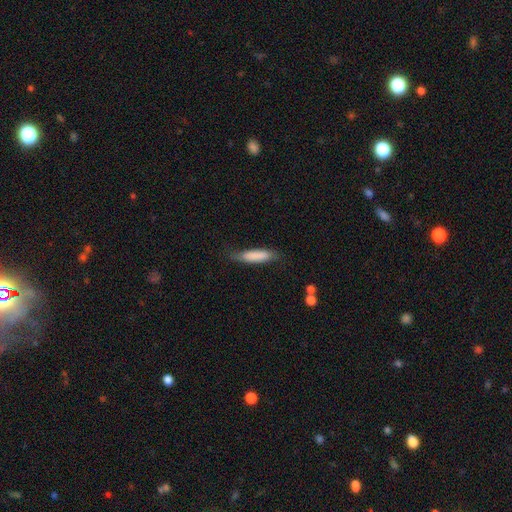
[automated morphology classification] Smooth or featured? smooth (83%)
How rounded? cigar-shaped (72%)
Merging? none (67%)